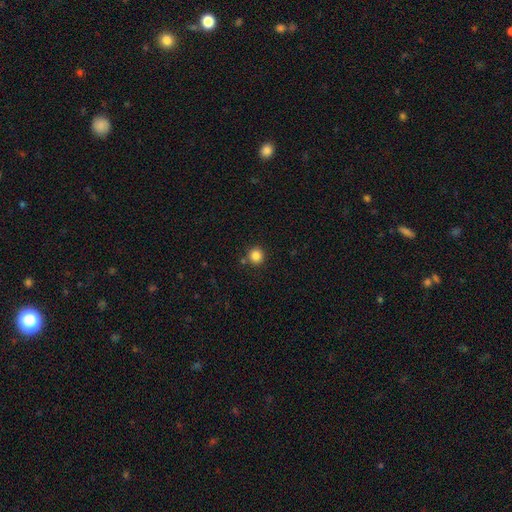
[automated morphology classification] Q: Smooth or featured?
A: smooth (84%); runner-up: star or artifact (11%)
Q: How rounded?
A: round (92%); runner-up: in between (7%)
Q: Merging?
A: none (84%); runner-up: minor disturbance (8%)